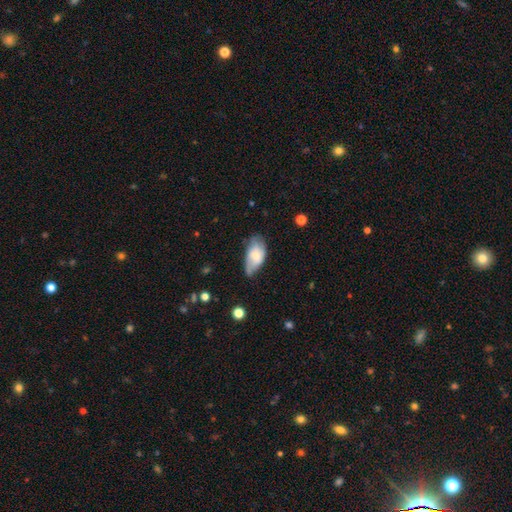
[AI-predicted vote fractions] This is possibly a smooth galaxy (59%). How rounded: clearly in between (93%). Merging: possibly none (46%).